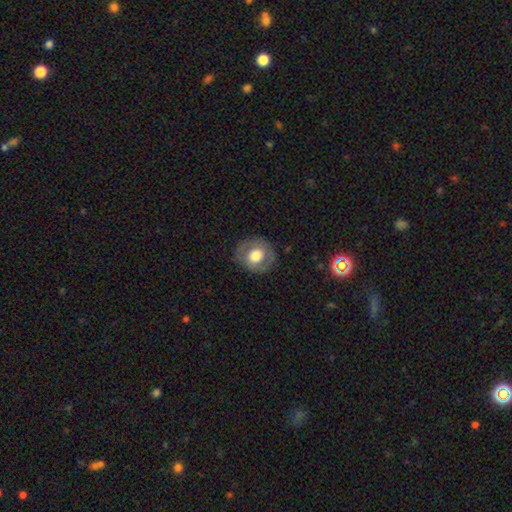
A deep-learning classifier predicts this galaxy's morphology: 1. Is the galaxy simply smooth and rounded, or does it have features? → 57% smooth, 36% featured or disk, 7% star or artifact.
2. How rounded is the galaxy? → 77% round, 22% in between, 1% cigar-shaped.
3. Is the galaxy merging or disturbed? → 82% none, 12% minor disturbance, 5% major disturbance, 1% merger.